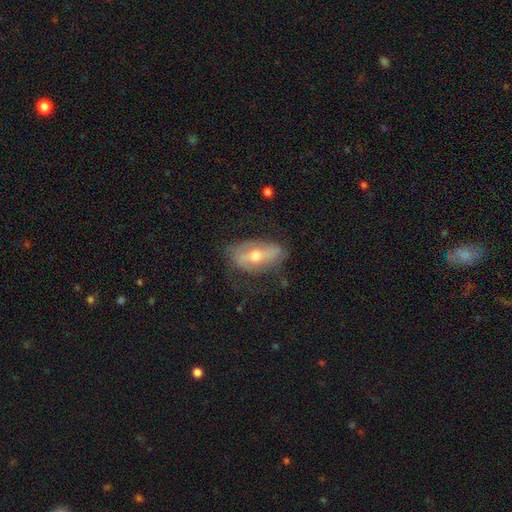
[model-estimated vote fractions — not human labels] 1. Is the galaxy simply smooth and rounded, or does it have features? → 63% featured or disk, 30% smooth, 8% star or artifact.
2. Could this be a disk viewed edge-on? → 81% no, 19% yes.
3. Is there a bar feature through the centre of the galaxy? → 37% strong, 32% weak, 30% no.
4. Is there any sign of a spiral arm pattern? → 55% yes, 45% no.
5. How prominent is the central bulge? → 69% moderate, 24% small, 5% large, 1% none, 1% dominant.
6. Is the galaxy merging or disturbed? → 64% none, 23% minor disturbance, 11% major disturbance, 2% merger.